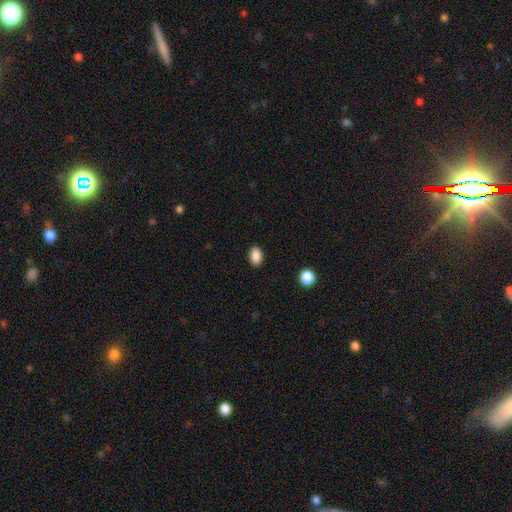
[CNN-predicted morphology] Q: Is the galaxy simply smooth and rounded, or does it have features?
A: smooth — 88%.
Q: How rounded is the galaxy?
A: in between — 83%.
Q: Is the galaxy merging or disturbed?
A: none — 89%.